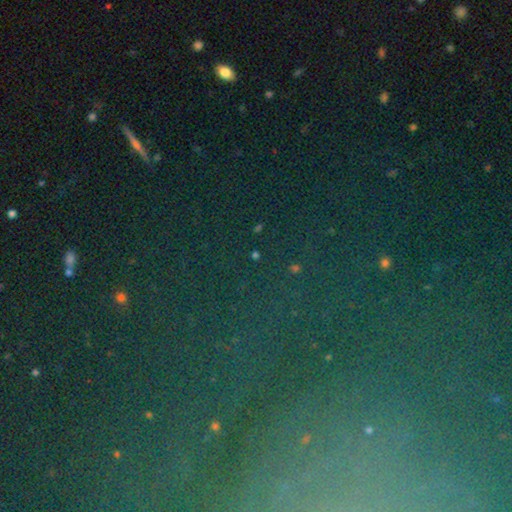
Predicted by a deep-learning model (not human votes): A star or artifact, not a galaxy (74%).